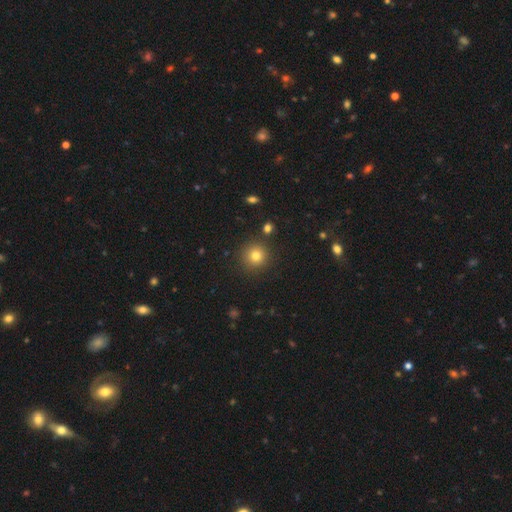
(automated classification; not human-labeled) This is likely a smooth galaxy (79%). How rounded: clearly round (94%). Merging: clearly none (88%).